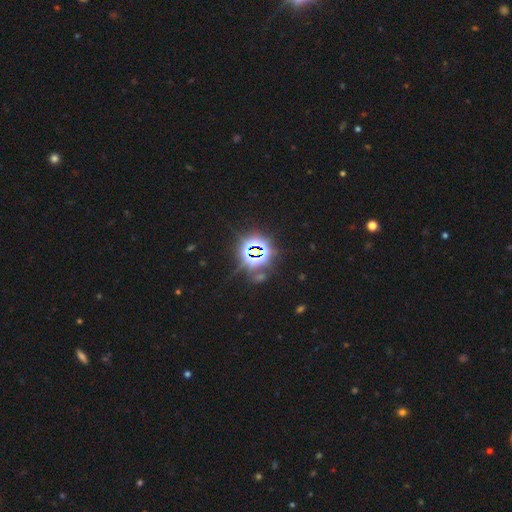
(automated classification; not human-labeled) A star or artifact, not a galaxy (84%).

Vote fractions:
- Smooth or featured? star or artifact: 84% / smooth: 10% / featured or disk: 7%